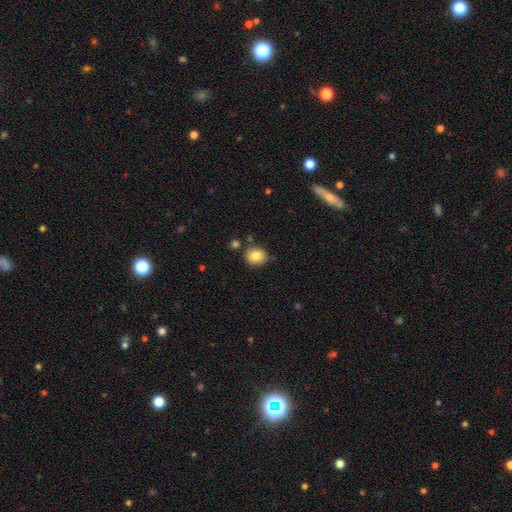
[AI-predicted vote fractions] Q: Smooth or featured?
A: smooth (84%); runner-up: star or artifact (9%)
Q: How rounded?
A: round (73%); runner-up: in between (26%)
Q: Merging?
A: none (78%); runner-up: minor disturbance (13%)